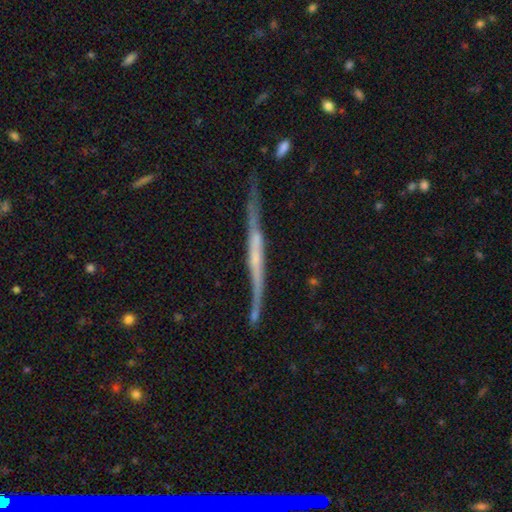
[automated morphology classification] Smooth or featured: featured or disk — 74% (smooth — 20%)
Edge-on disk: yes — 96% (no — 4%)
Edge-on bulge: none — 66% (rounded — 20%)
Merging: none — 75% (minor disturbance — 18%)